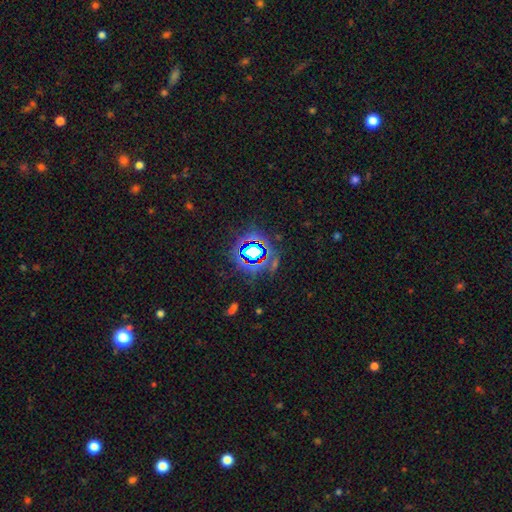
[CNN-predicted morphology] type=star or artifact (77%).